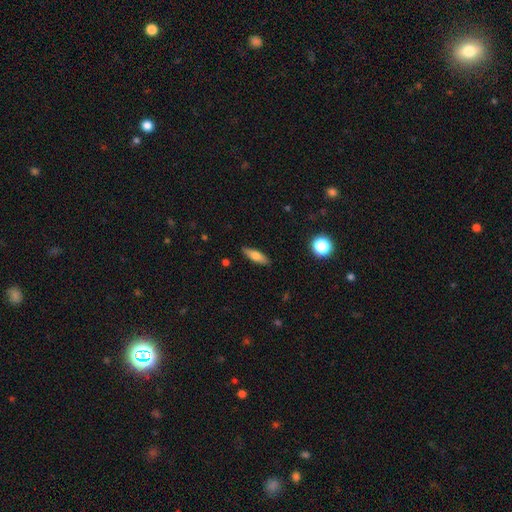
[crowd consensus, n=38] A smooth galaxy with no disk features (53%) that is cigar-shaped (60%).

Vote fractions:
- Smooth or featured? smooth: 53% / featured or disk: 42% / star or artifact: 5%
- How rounded? cigar-shaped: 60% / in between: 40% / round: 0%
- Merging? none: 92% / minor disturbance: 6% / major disturbance: 3% / merger: 0%